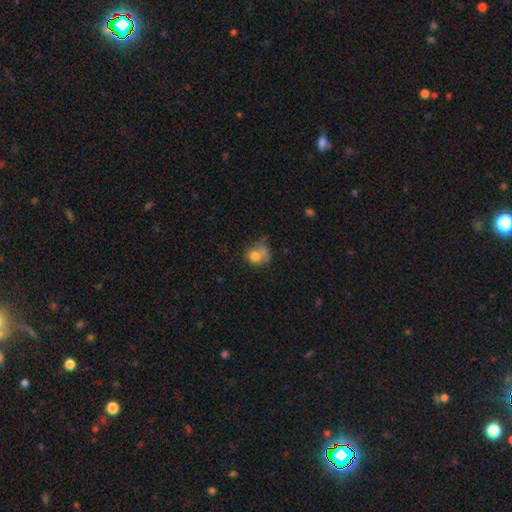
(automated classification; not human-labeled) Overall: smooth (73%). How rounded: round (61%; in between 38%). Merging: none (32%; merger 26%).